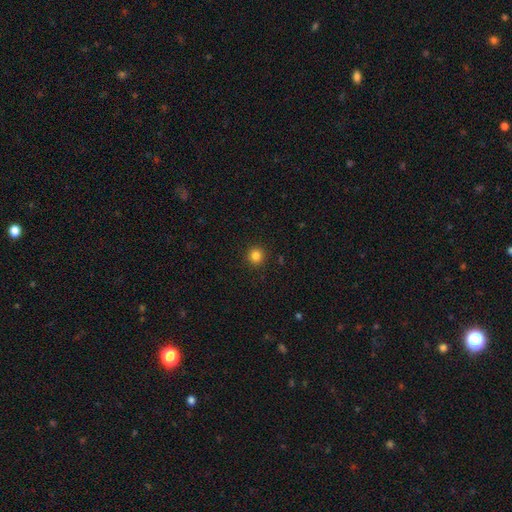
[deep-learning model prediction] Smooth or featured?
  - smooth: 83% *
  - star or artifact: 13%
  - featured or disk: 5%
How rounded?
  - round: 95% *
  - in between: 4%
  - cigar-shaped: 1%
Merging?
  - none: 93% *
  - minor disturbance: 5%
  - major disturbance: 2%
  - merger: 1%